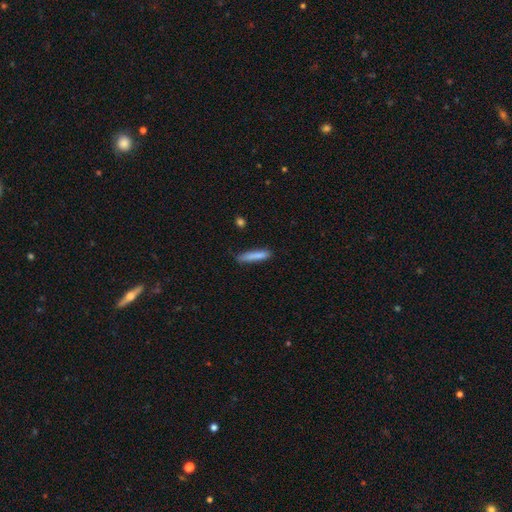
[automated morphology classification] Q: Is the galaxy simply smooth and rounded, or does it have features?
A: smooth — 83%.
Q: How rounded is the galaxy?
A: cigar-shaped — 89%.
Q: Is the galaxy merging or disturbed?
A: none — 79%.